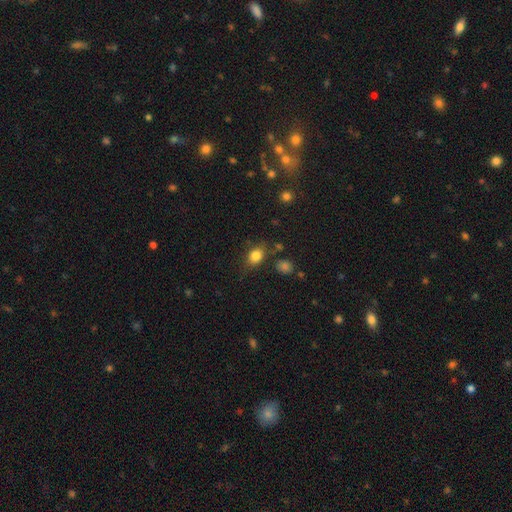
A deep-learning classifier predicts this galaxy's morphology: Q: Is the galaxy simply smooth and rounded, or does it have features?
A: smooth — 82%.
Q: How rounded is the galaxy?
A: in between — 64%.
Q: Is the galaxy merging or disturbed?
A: none — 72%.